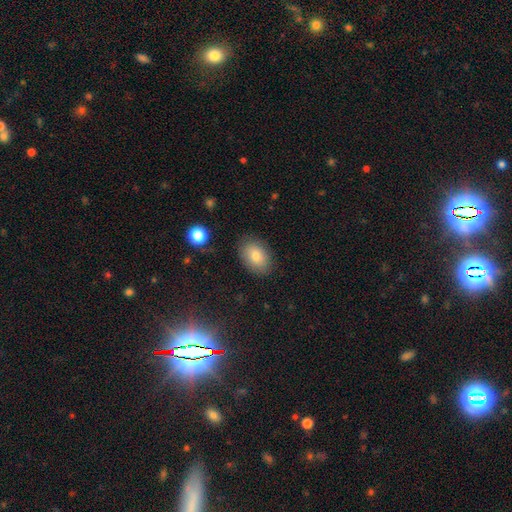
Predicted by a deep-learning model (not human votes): Smooth or featured? smooth (78%)
How rounded? in between (82%)
Merging? none (84%)